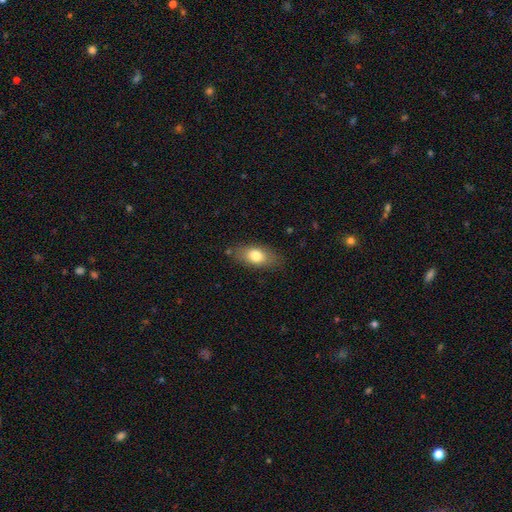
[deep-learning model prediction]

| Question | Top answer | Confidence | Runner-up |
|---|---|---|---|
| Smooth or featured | smooth | 77% | featured or disk (16%) |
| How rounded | in between | 85% | cigar-shaped (9%) |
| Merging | none | 80% | minor disturbance (14%) |